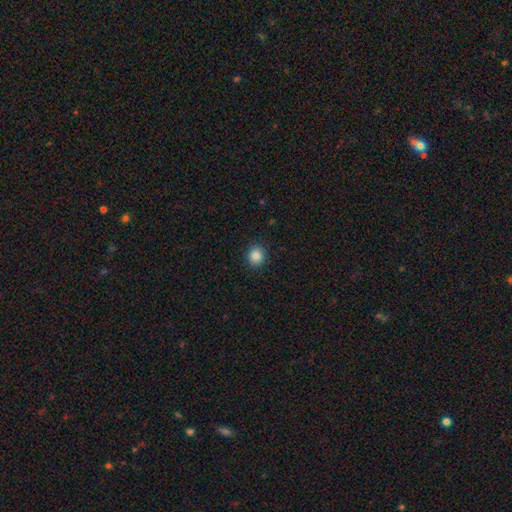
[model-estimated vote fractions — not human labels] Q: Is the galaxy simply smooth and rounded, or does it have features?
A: smooth — 85%.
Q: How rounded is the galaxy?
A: round — 84%.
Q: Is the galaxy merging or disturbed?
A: none — 91%.